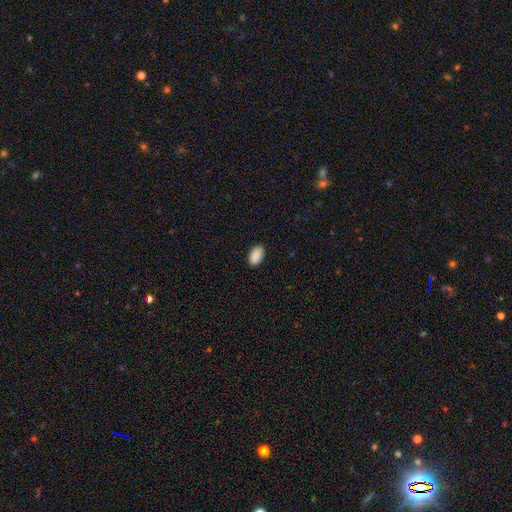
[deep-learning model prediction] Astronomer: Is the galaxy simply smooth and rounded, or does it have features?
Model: smooth — 91%.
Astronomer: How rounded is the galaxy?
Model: in between — 93%.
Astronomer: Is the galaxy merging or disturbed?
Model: none — 89%.